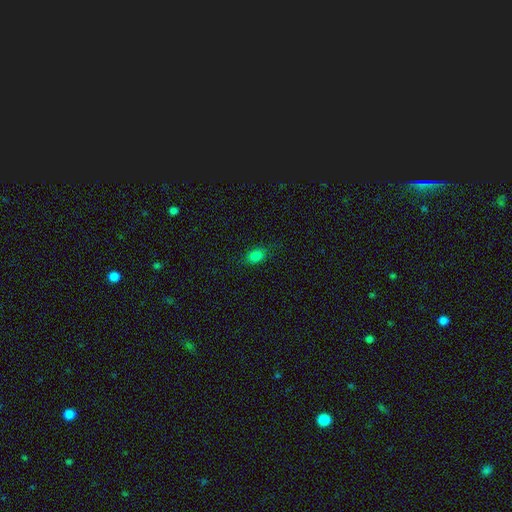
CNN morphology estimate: Smooth or featured? smooth (81%)
How rounded? in between (76%)
Merging? none (80%)